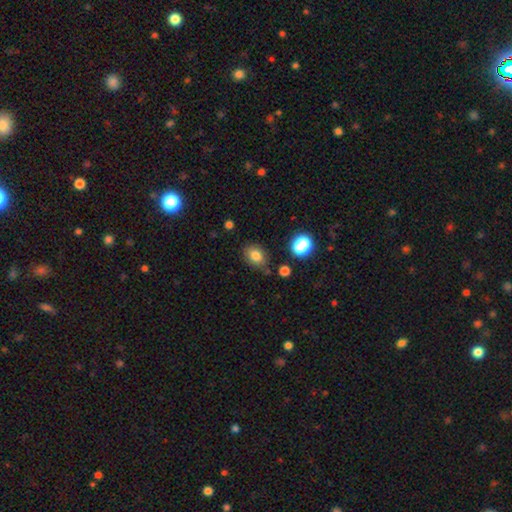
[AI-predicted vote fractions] Morphology: type=smooth (80%); roundness=in between (71%); merging=none (75%).